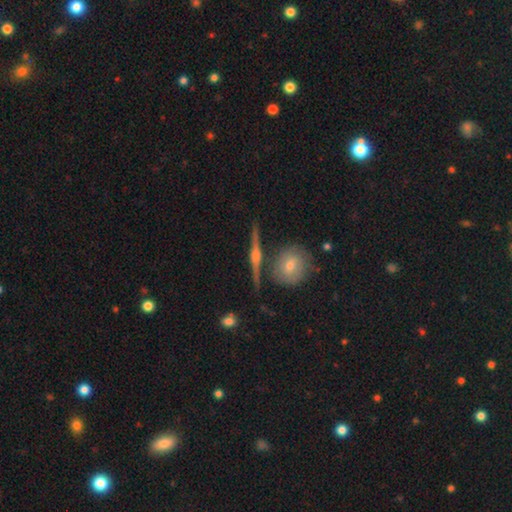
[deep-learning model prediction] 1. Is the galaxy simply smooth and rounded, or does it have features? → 81% featured or disk, 13% smooth, 7% star or artifact.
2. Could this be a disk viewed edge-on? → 96% yes, 4% no.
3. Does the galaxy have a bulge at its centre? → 86% rounded, 9% boxy, 5% none.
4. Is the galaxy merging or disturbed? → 83% none, 9% minor disturbance, 5% merger, 3% major disturbance.